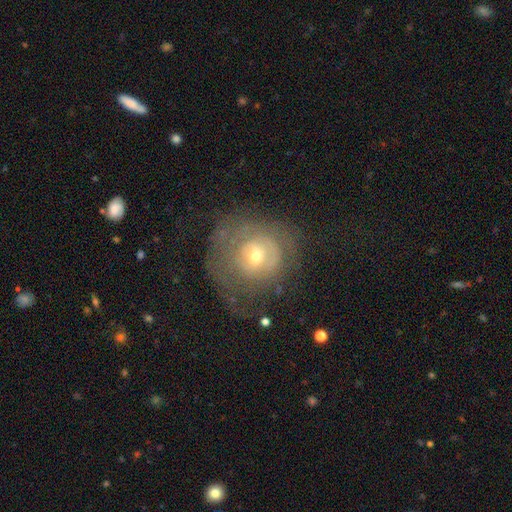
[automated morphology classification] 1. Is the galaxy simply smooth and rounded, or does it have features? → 59% featured or disk, 32% smooth, 9% star or artifact.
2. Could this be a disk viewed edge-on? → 96% no, 4% yes.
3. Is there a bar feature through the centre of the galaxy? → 67% no, 27% weak, 6% strong.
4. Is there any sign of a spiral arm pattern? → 54% yes, 46% no.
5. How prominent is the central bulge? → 52% small, 43% moderate, 3% large, 1% none, 1% dominant.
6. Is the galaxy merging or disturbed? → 52% none, 24% major disturbance, 22% minor disturbance, 2% merger.